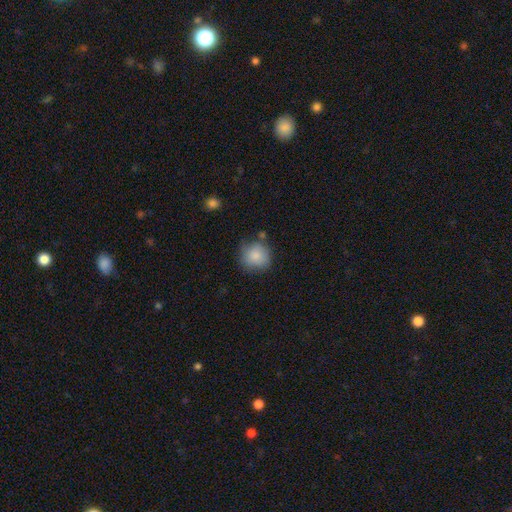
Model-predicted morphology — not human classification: A smooth galaxy with no disk features (85%) that is round (88%).

Vote fractions:
- Smooth or featured? smooth: 85% / star or artifact: 8% / featured or disk: 7%
- How rounded? round: 88% / in between: 11% / cigar-shaped: 1%
- Merging? none: 70% / minor disturbance: 20% / major disturbance: 5% / merger: 5%